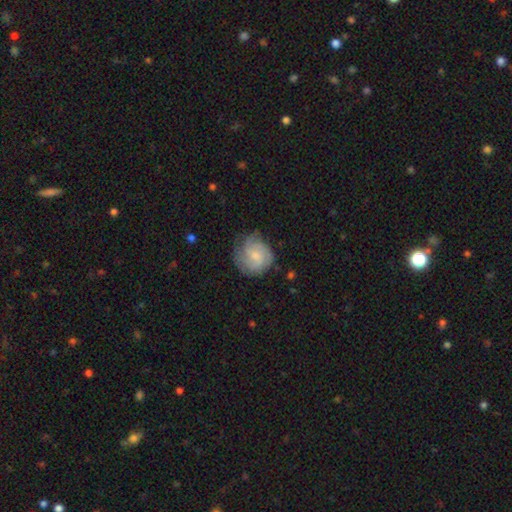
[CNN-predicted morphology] Overall: featured or disk (49%; smooth 44%). Merging: none (62%; minor disturbance 25%).